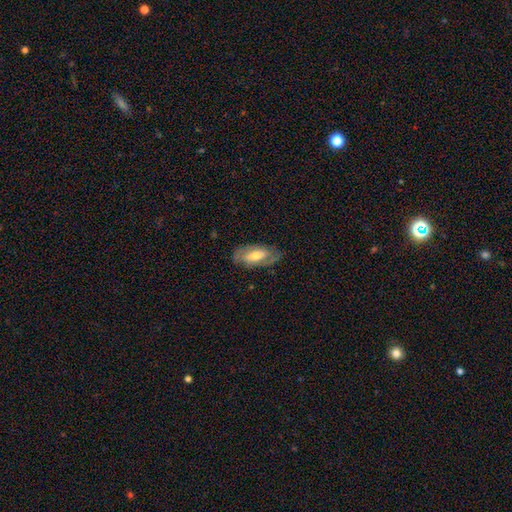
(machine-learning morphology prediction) Smooth or featured? Predicted: featured or disk (p=0.53). Edge-on disk? Predicted: no (p=0.86). Merging? Predicted: none (p=0.75).